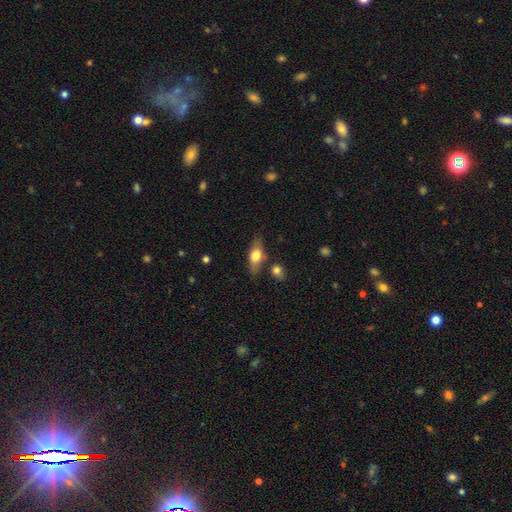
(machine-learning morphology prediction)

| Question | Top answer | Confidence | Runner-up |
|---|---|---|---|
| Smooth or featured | smooth | 61% | featured or disk (32%) |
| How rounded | in between | 73% | cigar-shaped (20%) |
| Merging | none | 73% | minor disturbance (15%) |